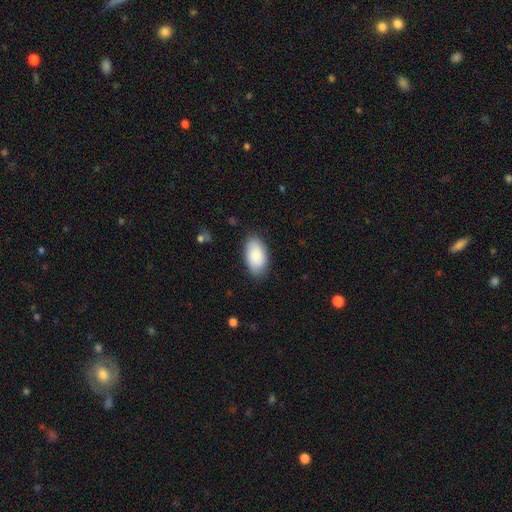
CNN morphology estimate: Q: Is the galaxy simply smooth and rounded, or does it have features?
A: smooth — 87%.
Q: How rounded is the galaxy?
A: in between — 95%.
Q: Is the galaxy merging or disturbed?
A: none — 84%.